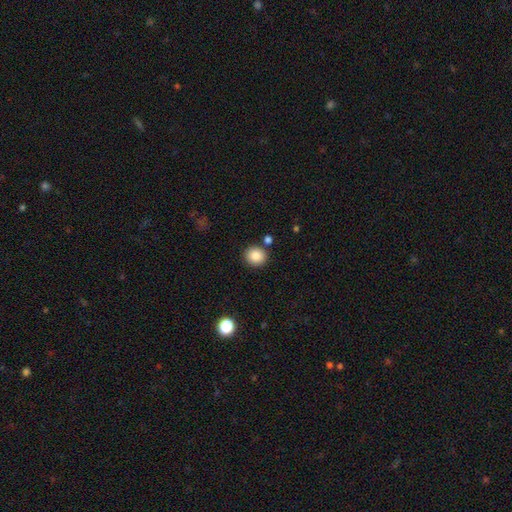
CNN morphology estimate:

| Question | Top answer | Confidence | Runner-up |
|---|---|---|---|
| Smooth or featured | smooth | 86% | star or artifact (9%) |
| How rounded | round | 85% | in between (14%) |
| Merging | none | 83% | minor disturbance (8%) |